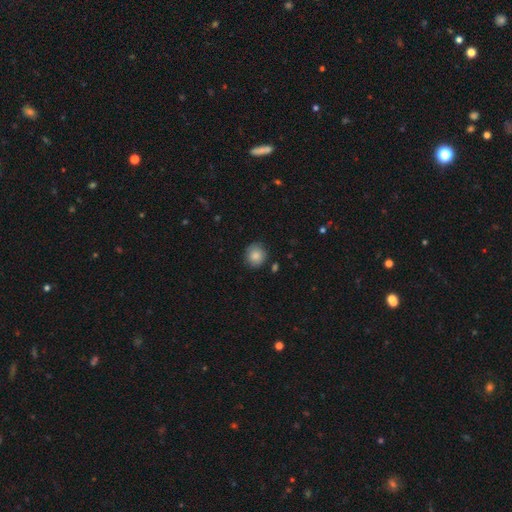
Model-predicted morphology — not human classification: Smooth or featured? Predicted: smooth (p=0.86). How rounded? Predicted: round (p=0.89). Merging? Predicted: none (p=0.85).